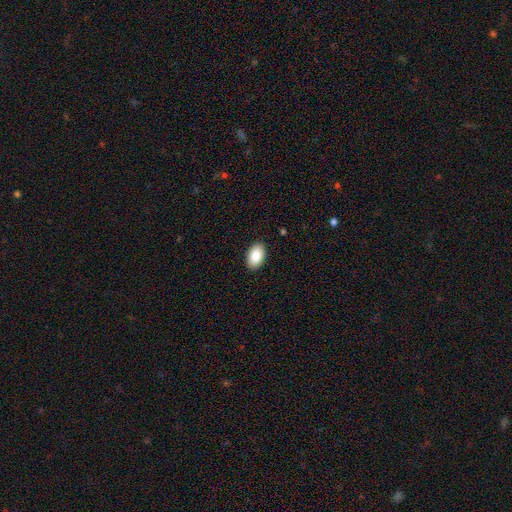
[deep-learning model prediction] Smooth or featured?
  - smooth: 87% *
  - star or artifact: 7%
  - featured or disk: 7%
How rounded?
  - in between: 92% *
  - round: 7%
  - cigar-shaped: 1%
Merging?
  - none: 90% *
  - minor disturbance: 8%
  - major disturbance: 2%
  - merger: 1%